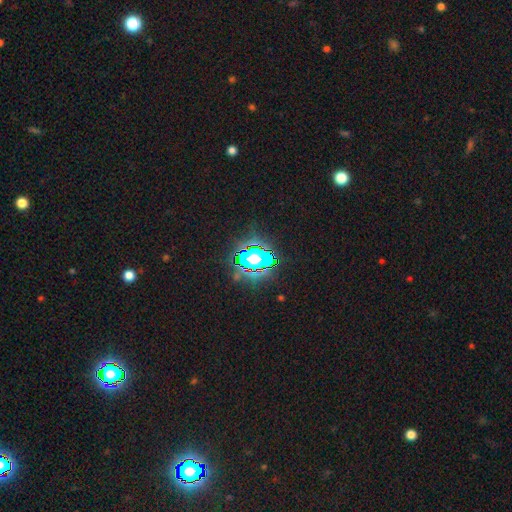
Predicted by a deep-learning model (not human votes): smooth-or-featured: star or artifact: 66% | smooth: 21% | featured or disk: 13%